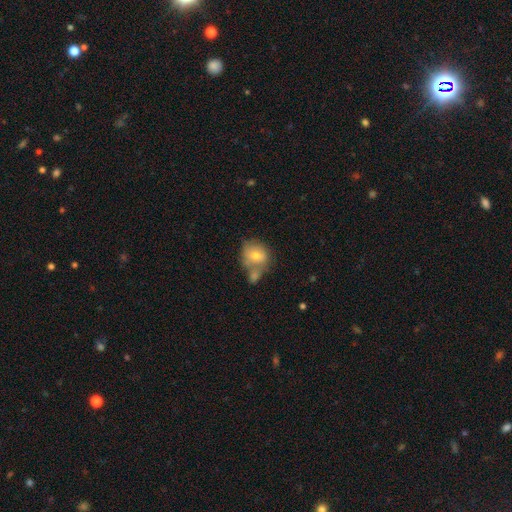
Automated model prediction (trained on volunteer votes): Smooth or featured? Predicted: smooth (p=0.67). How rounded? Predicted: round (p=0.70). Merging? Predicted: merger (p=0.42).